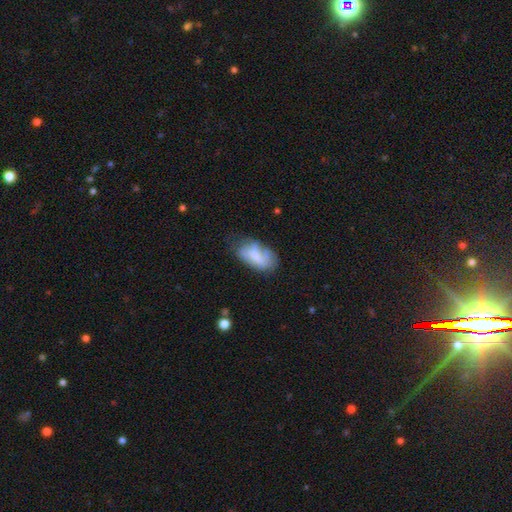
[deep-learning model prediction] Q: Smooth or featured?
A: smooth (59%); runner-up: featured or disk (33%)
Q: How rounded?
A: in between (92%); runner-up: round (4%)
Q: Merging?
A: none (42%); runner-up: minor disturbance (34%)